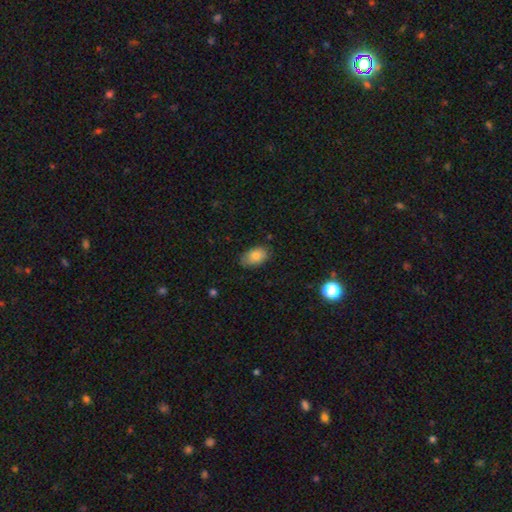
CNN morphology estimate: Smooth or featured: smooth — 81% (featured or disk — 11%)
How rounded: in between — 89% (round — 9%)
Merging: none — 76% (minor disturbance — 20%)